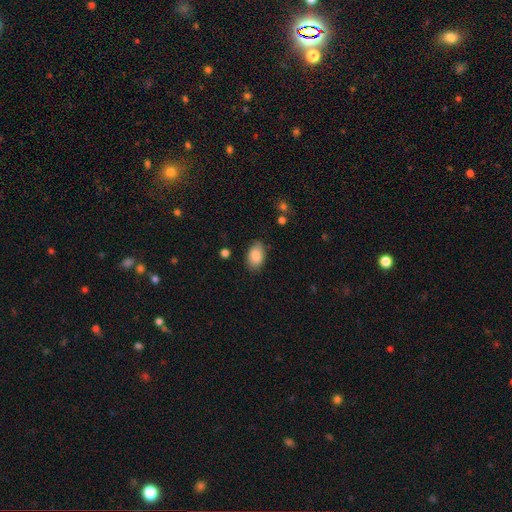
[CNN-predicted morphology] A smooth galaxy with no disk features (86%) that is in between round and cigar-shaped (91%). Merging: none (82%).